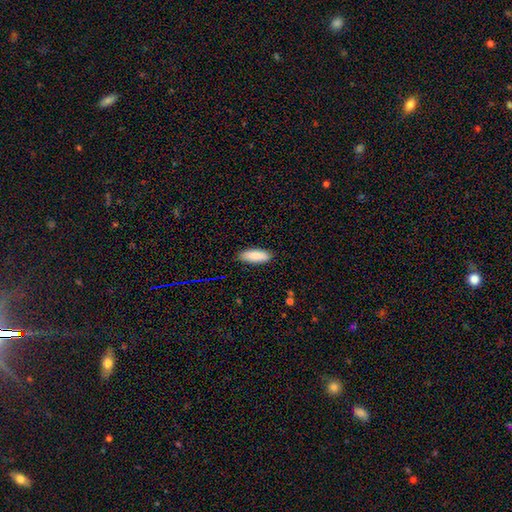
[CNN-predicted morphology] A smooth galaxy with no disk features (87%) that is in between round and cigar-shaped (68%).

Vote fractions:
- Smooth or featured? smooth: 87% / featured or disk: 6% / star or artifact: 6%
- How rounded? in between: 68% / cigar-shaped: 30% / round: 2%
- Merging? none: 88% / minor disturbance: 9% / major disturbance: 2% / merger: 1%